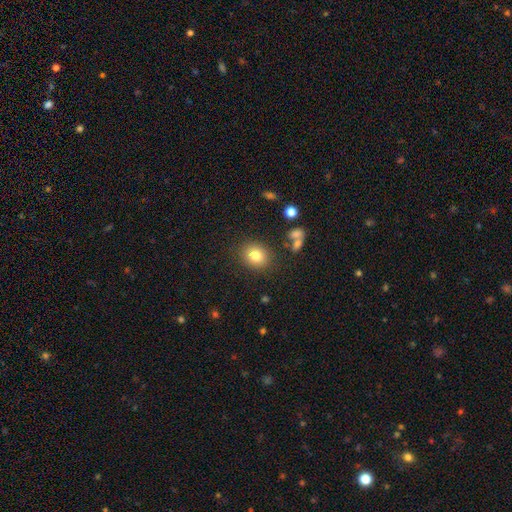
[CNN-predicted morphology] Smooth or featured? Predicted: smooth (p=0.80). How rounded? Predicted: round (p=0.68). Merging? Predicted: none (p=0.85).